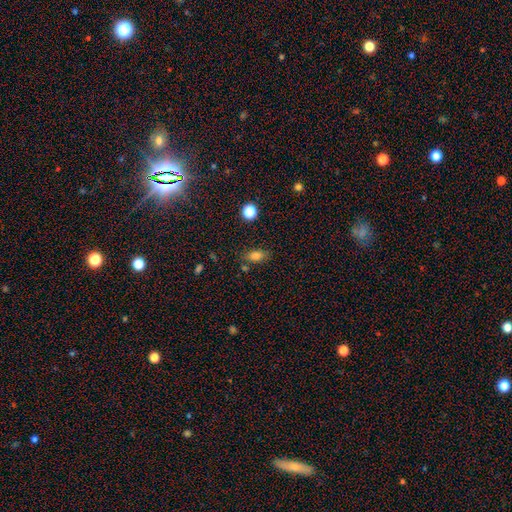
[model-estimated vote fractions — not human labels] Overall: smooth (80%). How rounded: in between (83%). Merging: none (74%).